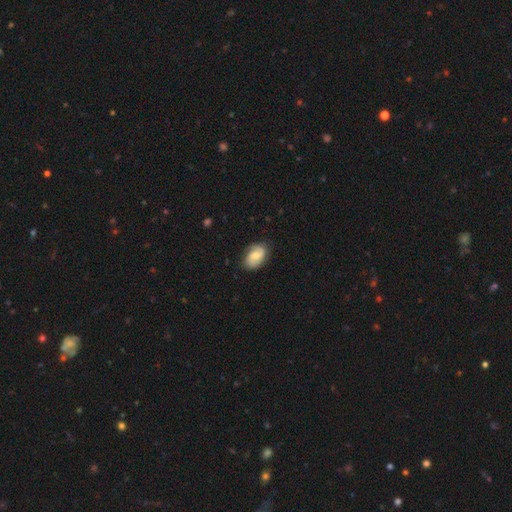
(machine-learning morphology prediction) This is possibly a featured or disk galaxy (47%). Merging: likely none (74%).